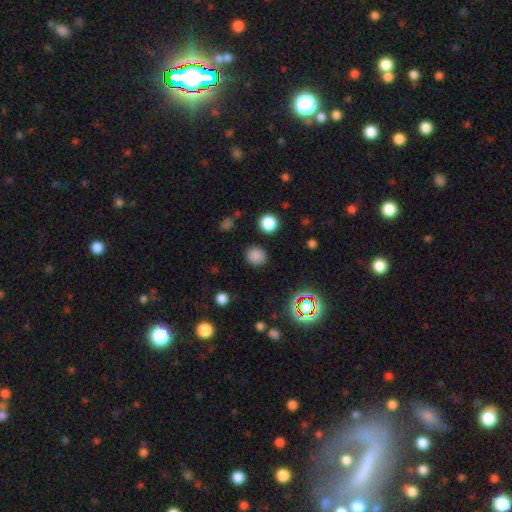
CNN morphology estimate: smooth 80%, star or artifact 16%, featured or disk 4%. Down the decision tree: how rounded — round (79%); merging — none (86%).